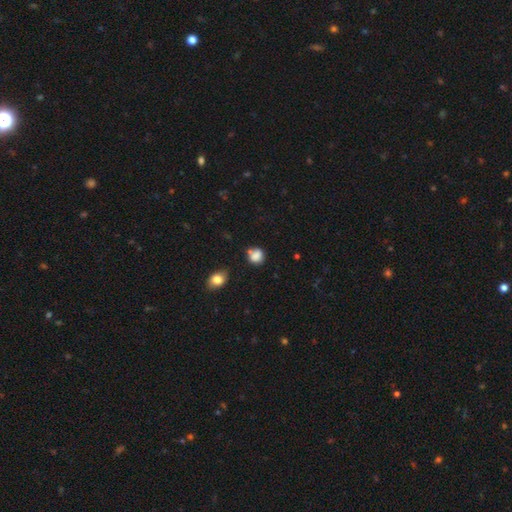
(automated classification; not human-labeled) This appears to be a smooth galaxy with no disk features (82%) that is round (69%). Merging: none (59%).